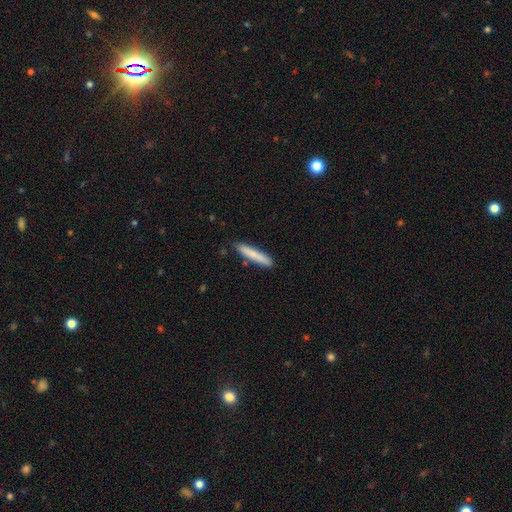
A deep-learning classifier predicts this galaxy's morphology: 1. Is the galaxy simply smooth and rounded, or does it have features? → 79% smooth, 15% featured or disk, 6% star or artifact.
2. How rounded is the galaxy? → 92% cigar-shaped, 7% in between, 1% round.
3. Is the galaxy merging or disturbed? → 86% none, 10% minor disturbance, 2% merger, 2% major disturbance.